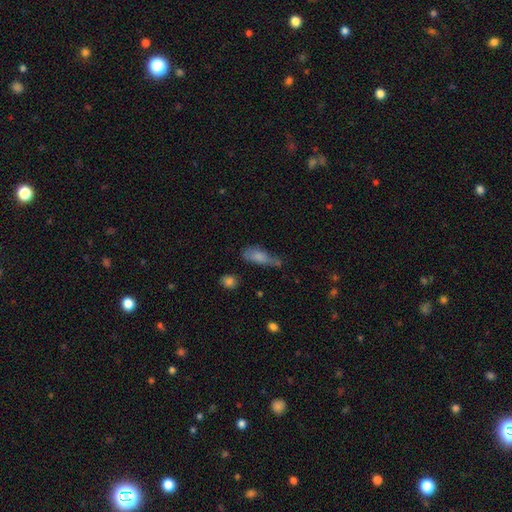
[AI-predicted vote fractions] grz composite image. It shows a smooth galaxy with no disk features (60%) that is in between round and cigar-shaped (58%). Merging: none (42%).